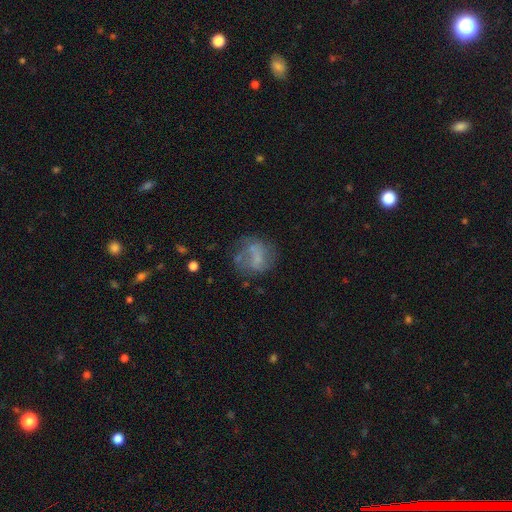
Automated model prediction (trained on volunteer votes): A featured or disk galaxy (45%).

Vote fractions:
- Smooth or featured? featured or disk: 45% / smooth: 43% / star or artifact: 12%
- Merging? none: 50% / minor disturbance: 22% / major disturbance: 21% / merger: 7%